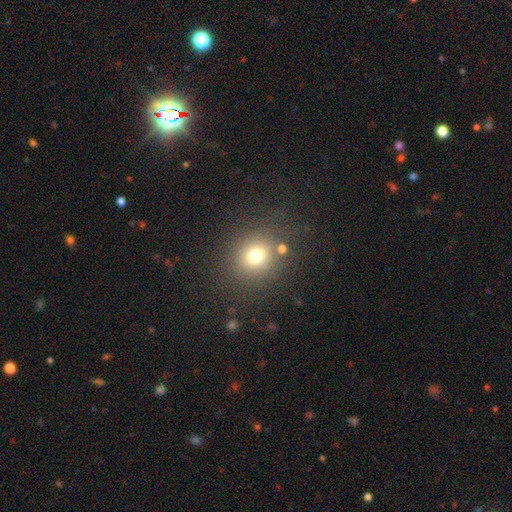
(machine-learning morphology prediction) Overall: smooth (73%). How rounded: round (84%). Merging: none (81%).